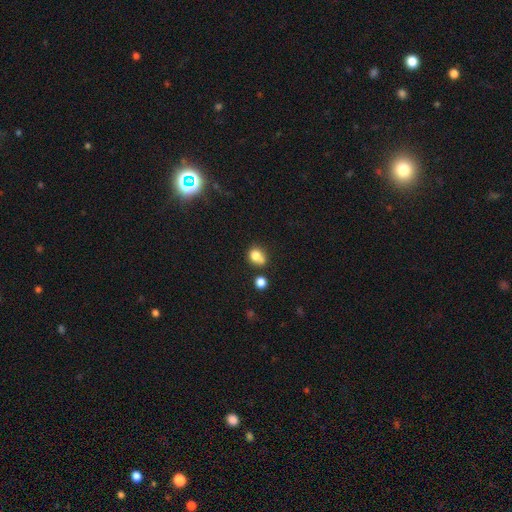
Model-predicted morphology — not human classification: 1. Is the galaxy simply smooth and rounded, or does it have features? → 79% smooth, 11% star or artifact, 10% featured or disk.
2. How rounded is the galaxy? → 62% round, 37% in between, 1% cigar-shaped.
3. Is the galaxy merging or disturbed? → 46% none, 27% merger, 19% minor disturbance, 7% major disturbance.